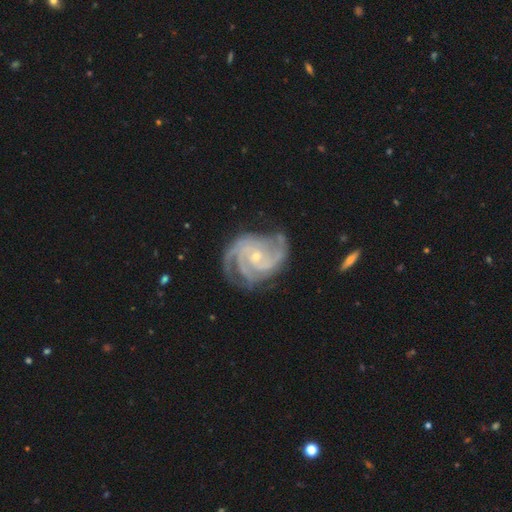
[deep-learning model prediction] Smooth or featured: featured or disk — 93% (star or artifact — 4%)
Edge-on disk: no — 98% (yes — 2%)
Bar: no — 64% (weak — 27%)
Spiral arms: yes — 99% (no — 1%)
Spiral winding: tight — 58% (medium — 37%)
Spiral arm count: 3 — 39% (2 — 20%)
Bulge size: small — 71% (moderate — 25%)
Merging: none — 68% (minor disturbance — 21%)